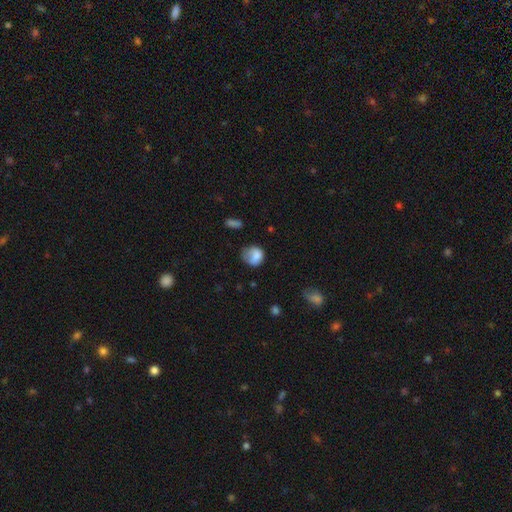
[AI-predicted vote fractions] smooth 76%, featured or disk 15%, star or artifact 9%. Down the decision tree: how rounded — round (65%); merging — none (43%).